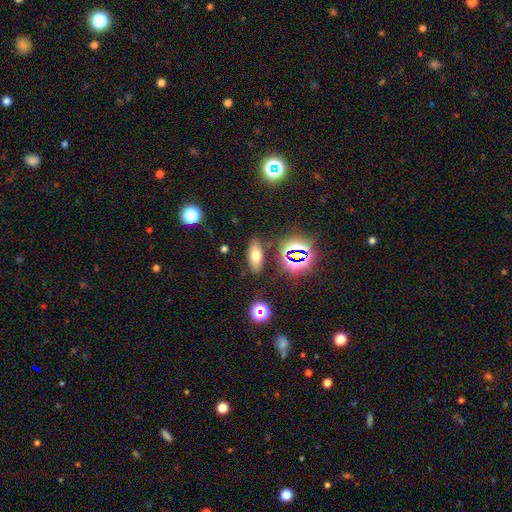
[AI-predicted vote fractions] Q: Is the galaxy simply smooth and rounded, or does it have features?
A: smooth — 63%.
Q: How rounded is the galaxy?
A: in between — 73%.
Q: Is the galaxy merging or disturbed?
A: none — 83%.